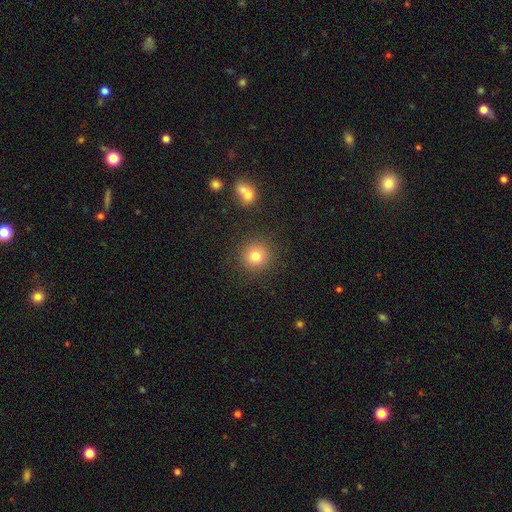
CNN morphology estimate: Smooth or featured: smooth — 80% (star or artifact — 13%)
How rounded: round — 92% (in between — 7%)
Merging: none — 88% (minor disturbance — 7%)